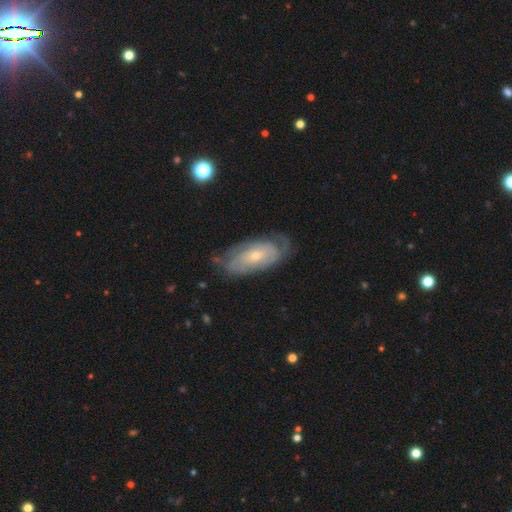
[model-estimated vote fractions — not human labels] featured or disk 70%, smooth 24%, star or artifact 6%. Down the decision tree: edge-on disk — no (91%); bar — no (75%); spiral arms — yes (79%); spiral arm count — can't tell (56%); spiral winding — tight (67%); bulge size — small (66%); merging — none (64%).